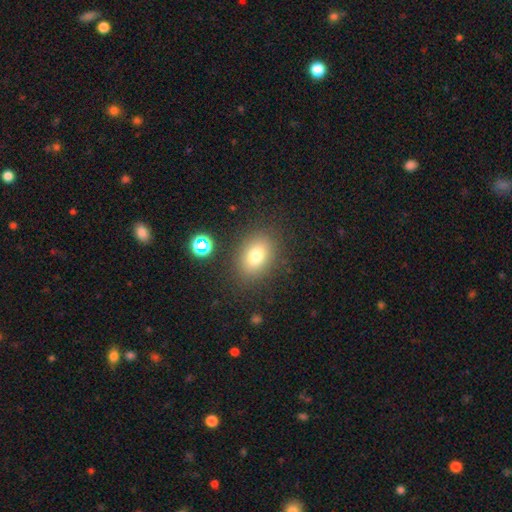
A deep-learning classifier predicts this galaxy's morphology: Smooth or featured? smooth (77%)
How rounded? in between (71%)
Merging? none (84%)